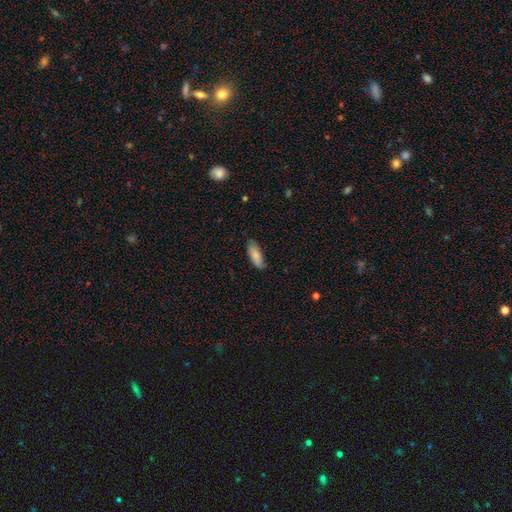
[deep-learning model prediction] A smooth galaxy with no disk features (80%) that is in between round and cigar-shaped (71%).

Vote fractions:
- Smooth or featured? smooth: 80% / featured or disk: 14% / star or artifact: 6%
- How rounded? in between: 71% / cigar-shaped: 27% / round: 2%
- Merging? none: 72% / minor disturbance: 23% / major disturbance: 4% / merger: 1%